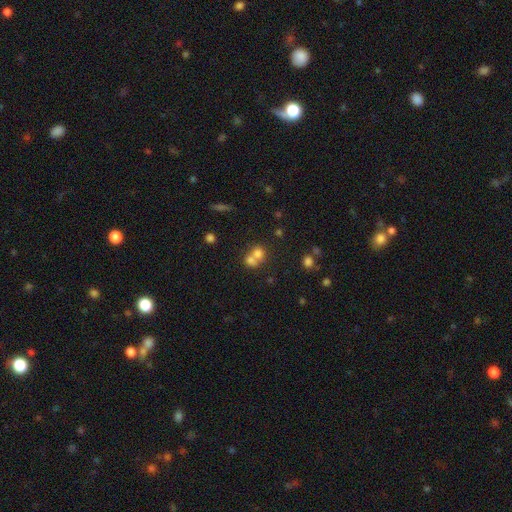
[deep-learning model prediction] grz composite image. It shows a smooth galaxy with no disk features (70%) that is round (72%). Merging: merger (62%).